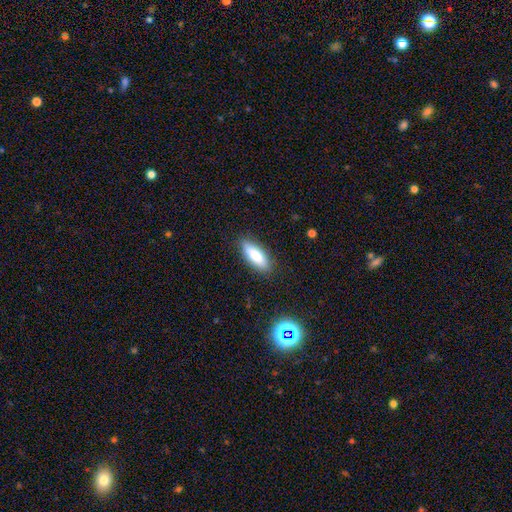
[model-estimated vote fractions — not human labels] Smooth or featured? Predicted: smooth (p=0.81). How rounded? Predicted: in between (p=0.65). Merging? Predicted: none (p=0.86).